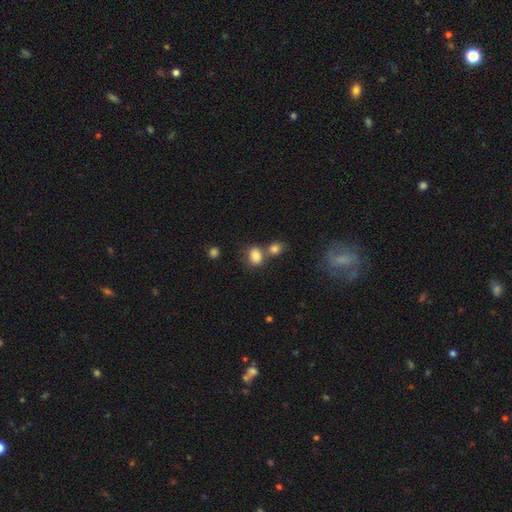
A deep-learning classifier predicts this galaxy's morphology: This is clearly a smooth galaxy (83%). How rounded: possibly in between (55%). Merging: possibly none (48%).